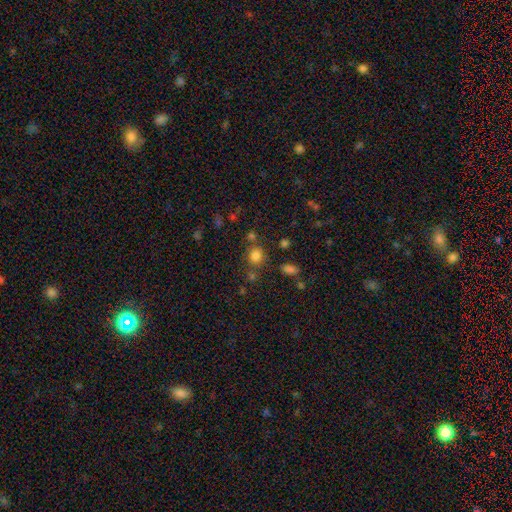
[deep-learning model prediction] A smooth galaxy with no disk features (79%) that is round (72%). Merging: none (73%).